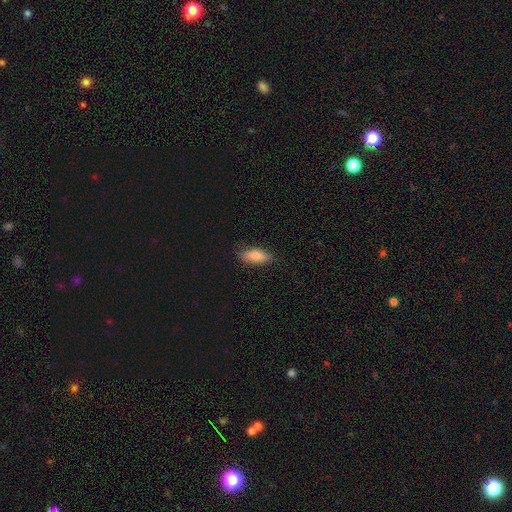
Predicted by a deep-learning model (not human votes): smooth 82%, featured or disk 11%, star or artifact 7%. Down the decision tree: how rounded — in between (74%); merging — none (81%).